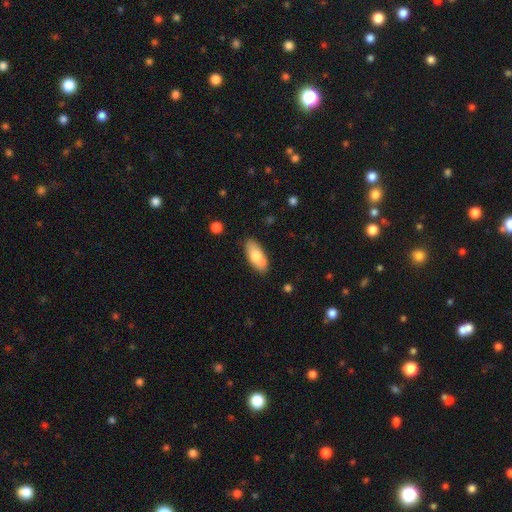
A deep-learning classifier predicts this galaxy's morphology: smooth 71%, featured or disk 22%, star or artifact 7%. Down the decision tree: how rounded — in between (84%); merging — none (67%).